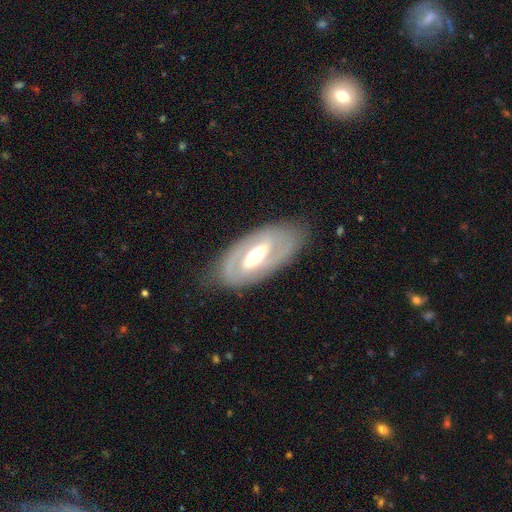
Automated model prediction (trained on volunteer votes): The model was most divided on "bar": strong: 46%, weak: 34%, no: 20%. More confident: edge-on disk — no (90%); merging — none (80%); smooth or featured — featured or disk (76%); bulge size — moderate (65%); spiral arms — yes (62%).